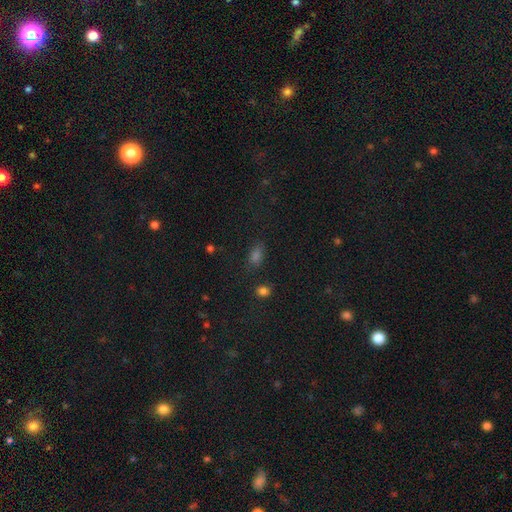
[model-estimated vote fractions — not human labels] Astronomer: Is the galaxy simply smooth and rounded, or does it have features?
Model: smooth — 70%.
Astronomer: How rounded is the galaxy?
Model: in between — 83%.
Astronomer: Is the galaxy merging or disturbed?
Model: none — 75%.